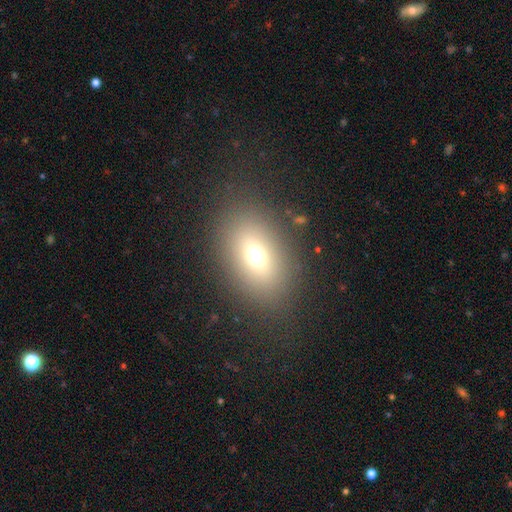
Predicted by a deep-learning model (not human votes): smooth_or_featured: smooth (p=0.66) [alt: star or artifact p=0.18]
how_rounded: in between (p=0.71) [alt: round p=0.27]
merging: none (p=0.82) [alt: minor disturbance p=0.09]